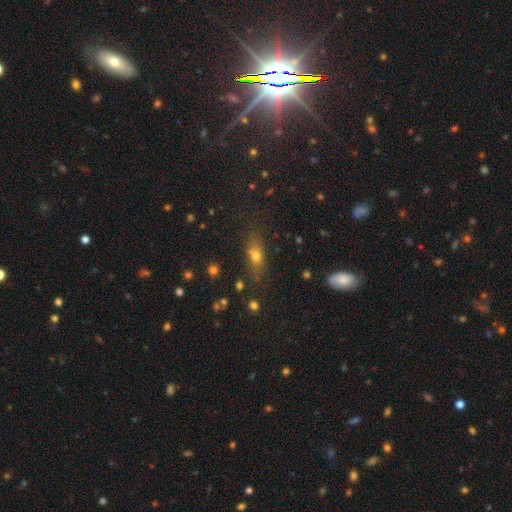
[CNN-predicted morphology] A smooth galaxy with no disk features (58%) that is in between round and cigar-shaped (52%). Merging: none (74%).